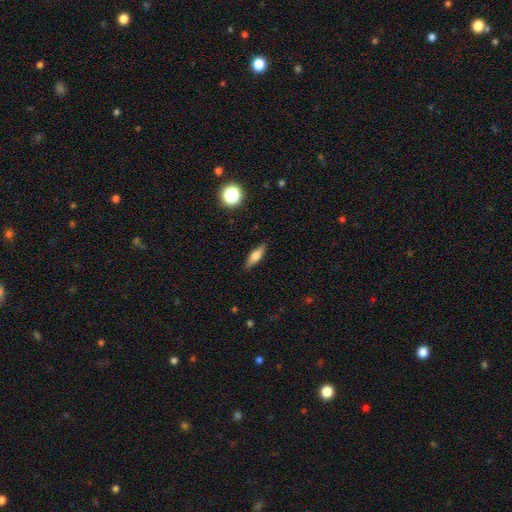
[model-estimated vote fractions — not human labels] This appears to be a smooth galaxy with no disk features (56%) that is cigar-shaped (55%). Merging: none (88%).